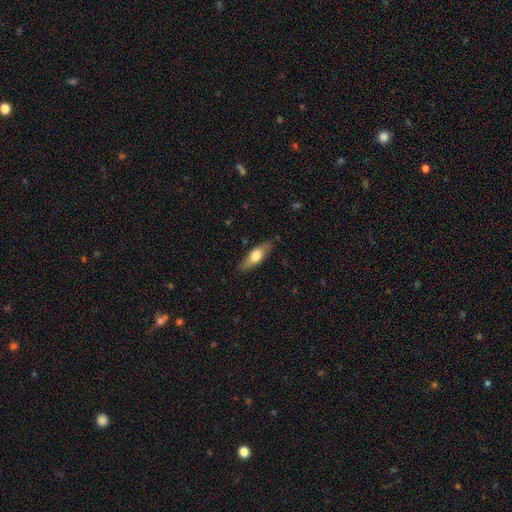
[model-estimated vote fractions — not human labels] Smooth or featured?
  - smooth: 59% *
  - featured or disk: 35%
  - star or artifact: 6%
How rounded?
  - in between: 58% *
  - cigar-shaped: 39%
  - round: 3%
Merging?
  - none: 83% *
  - minor disturbance: 13%
  - major disturbance: 3%
  - merger: 1%